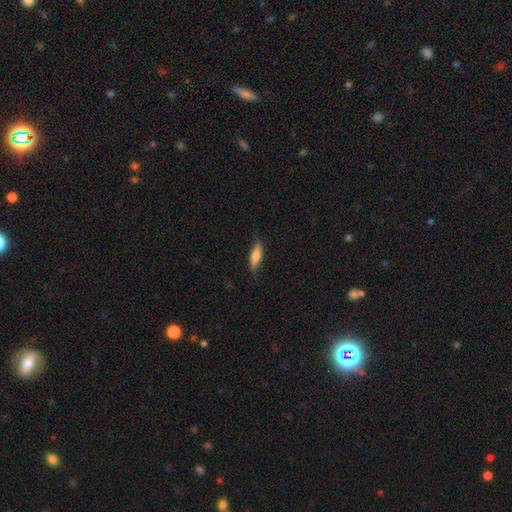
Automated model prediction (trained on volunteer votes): Smooth or featured? Predicted: smooth (p=0.73). How rounded? Predicted: cigar-shaped (p=0.62). Merging? Predicted: none (p=0.78).